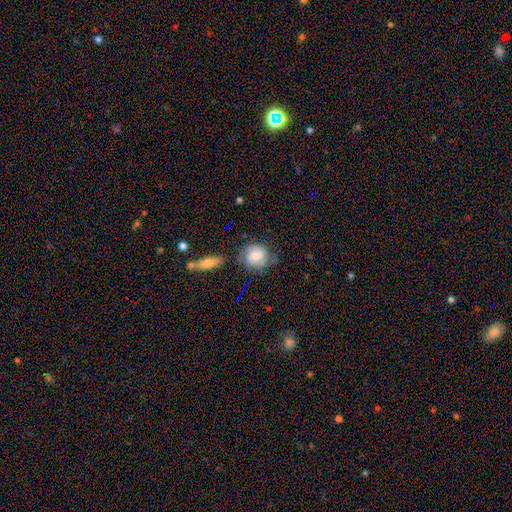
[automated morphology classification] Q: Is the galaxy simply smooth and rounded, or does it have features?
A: smooth — 69%.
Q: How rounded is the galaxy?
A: round — 76%.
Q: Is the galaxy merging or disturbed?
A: none — 59%.